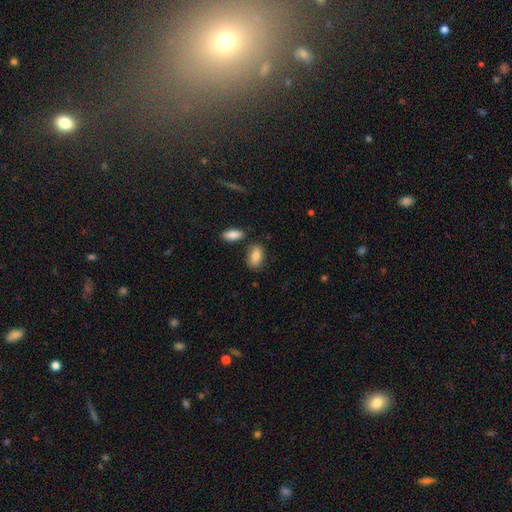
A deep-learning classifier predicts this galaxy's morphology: Q: Smooth or featured?
A: smooth (82%); runner-up: featured or disk (12%)
Q: How rounded?
A: in between (89%); runner-up: round (7%)
Q: Merging?
A: none (72%); runner-up: minor disturbance (16%)